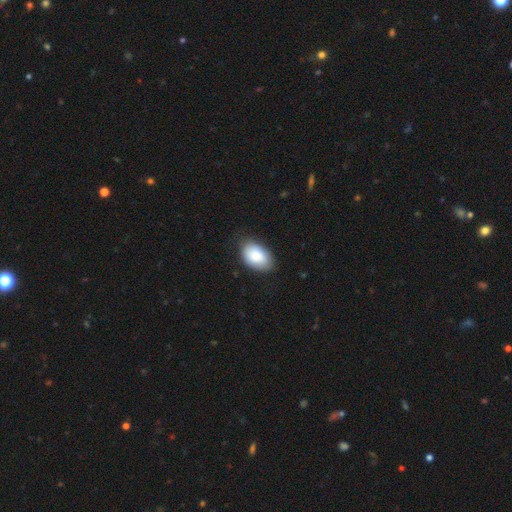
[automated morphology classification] type=smooth (87%); roundness=in between (92%); merging=none (79%).